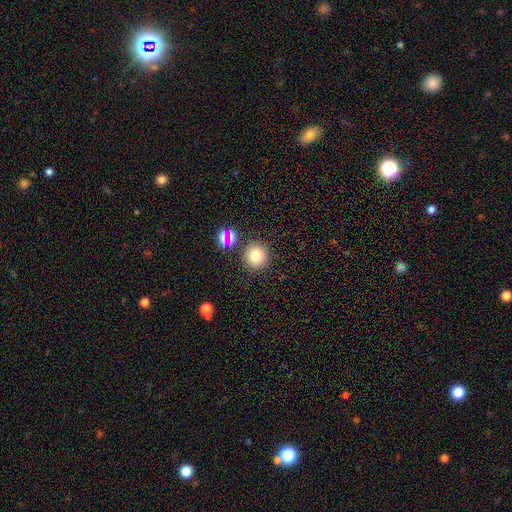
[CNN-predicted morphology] A smooth galaxy with no disk features (75%) that is round (94%). Merging: none (84%).